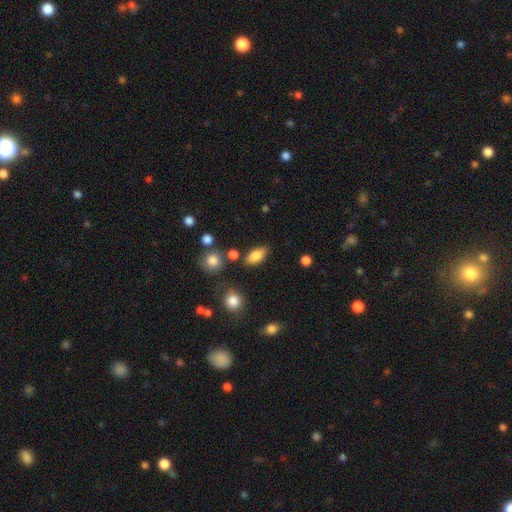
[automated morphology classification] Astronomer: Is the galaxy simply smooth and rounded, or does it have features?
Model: smooth — 82%.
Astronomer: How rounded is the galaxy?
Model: in between — 87%.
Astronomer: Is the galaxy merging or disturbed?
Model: none — 78%.